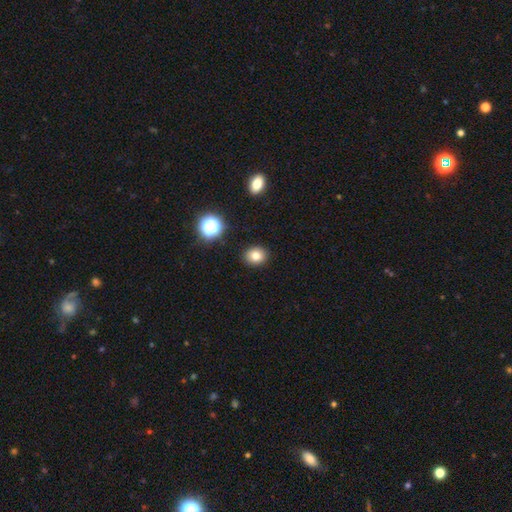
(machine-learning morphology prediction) This appears to be a smooth galaxy with no disk features (80%) that is round (58%). Merging: none (90%).